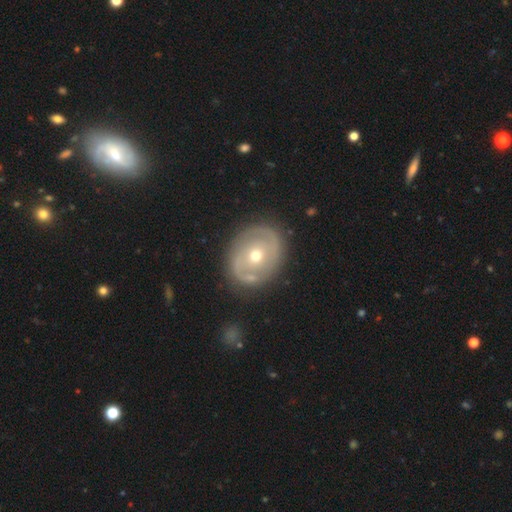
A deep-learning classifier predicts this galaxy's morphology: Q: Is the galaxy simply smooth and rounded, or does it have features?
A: featured or disk — 74%.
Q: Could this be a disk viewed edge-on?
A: no — 96%.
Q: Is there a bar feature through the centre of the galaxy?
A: no — 70%.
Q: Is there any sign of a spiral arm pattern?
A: yes — 69%.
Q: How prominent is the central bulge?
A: moderate — 54%.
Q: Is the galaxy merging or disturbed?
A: none — 81%.